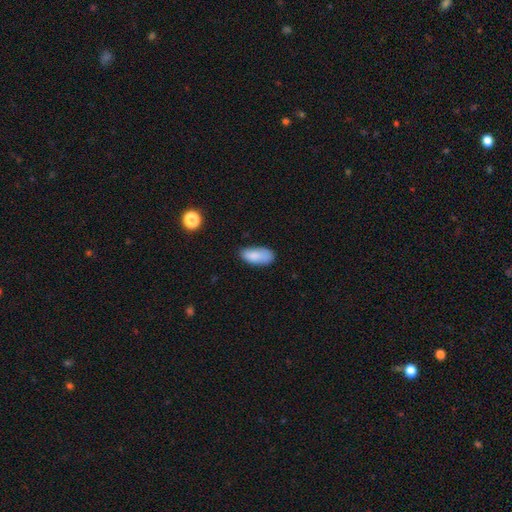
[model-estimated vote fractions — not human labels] Overall: smooth (84%). How rounded: in between (89%). Merging: none (66%).